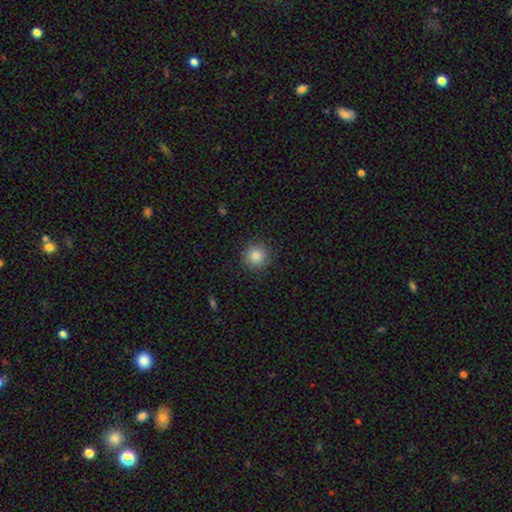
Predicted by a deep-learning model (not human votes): Overall: smooth (85%). How rounded: round (94%). Merging: none (90%).